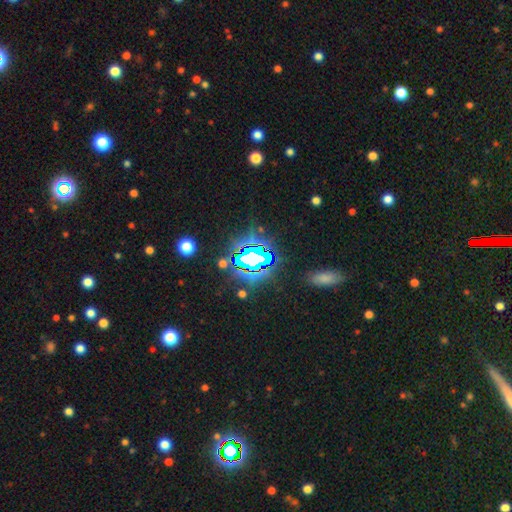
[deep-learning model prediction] Morphology: type=star or artifact (73%).